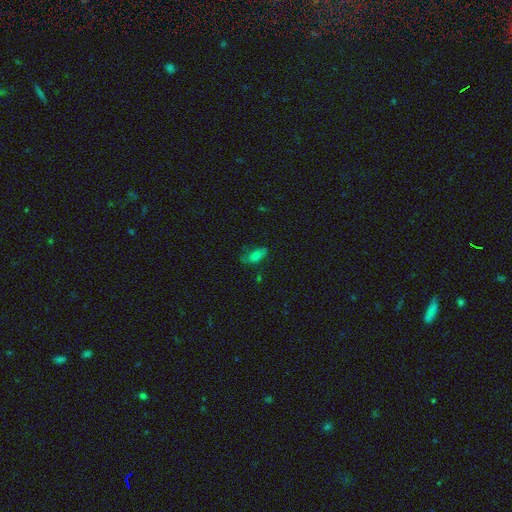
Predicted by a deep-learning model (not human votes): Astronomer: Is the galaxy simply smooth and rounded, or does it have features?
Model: smooth — 72%.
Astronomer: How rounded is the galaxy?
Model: in between — 84%.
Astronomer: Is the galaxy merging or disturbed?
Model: none — 54%.